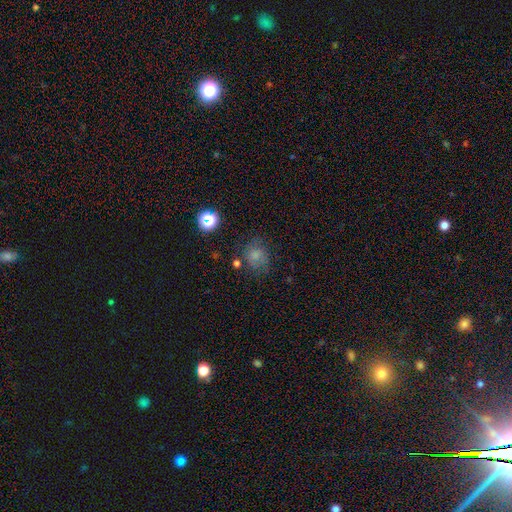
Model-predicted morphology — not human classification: The model was most divided on "merging": none: 65%, minor disturbance: 21%, major disturbance: 10%, merger: 5%. More confident: how rounded — round (75%); smooth or featured — smooth (72%).